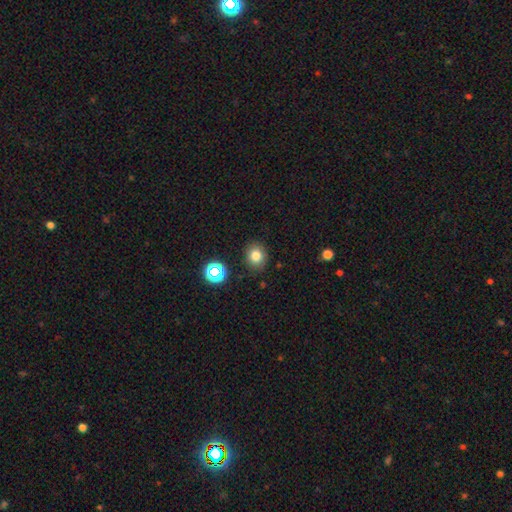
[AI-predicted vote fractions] A smooth galaxy with no disk features (79%) that is round (69%). Merging: none (85%).